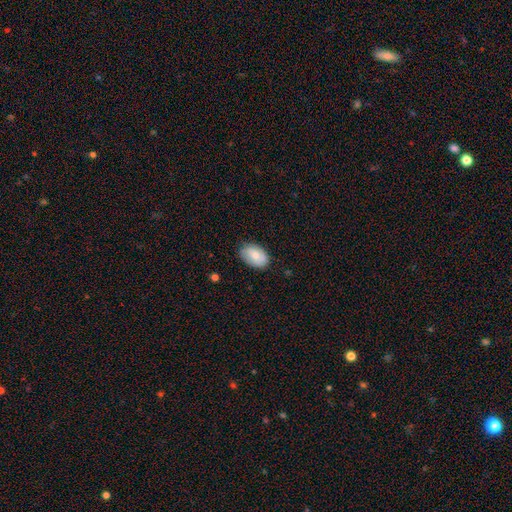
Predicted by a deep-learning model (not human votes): The model was most divided on "smooth or featured": smooth: 76%, featured or disk: 18%, star or artifact: 6%. More confident: how rounded — in between (89%); merging — none (77%).